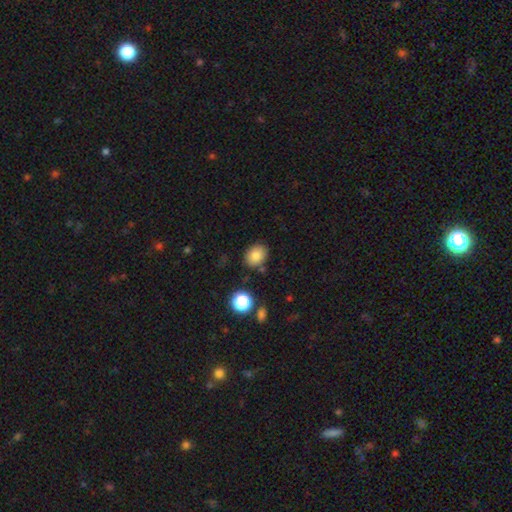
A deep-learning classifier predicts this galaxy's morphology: A smooth galaxy with no disk features (81%) that is in between round and cigar-shaped (55%).

Vote fractions:
- Smooth or featured? smooth: 81% / star or artifact: 11% / featured or disk: 8%
- How rounded? in between: 55% / round: 44% / cigar-shaped: 1%
- Merging? none: 81% / minor disturbance: 12% / merger: 4% / major disturbance: 3%